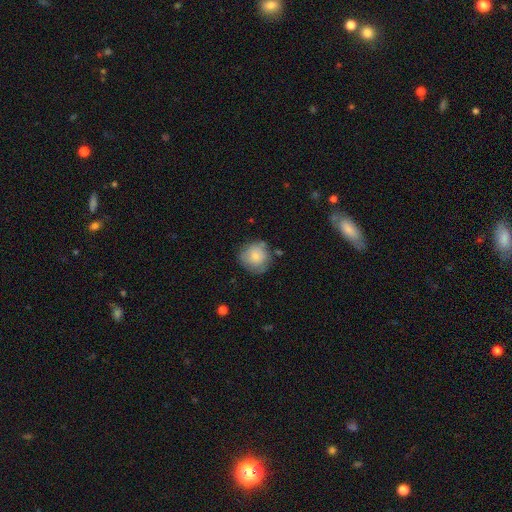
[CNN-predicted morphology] Smooth or featured? smooth (75%)
How rounded? round (91%)
Merging? none (69%)